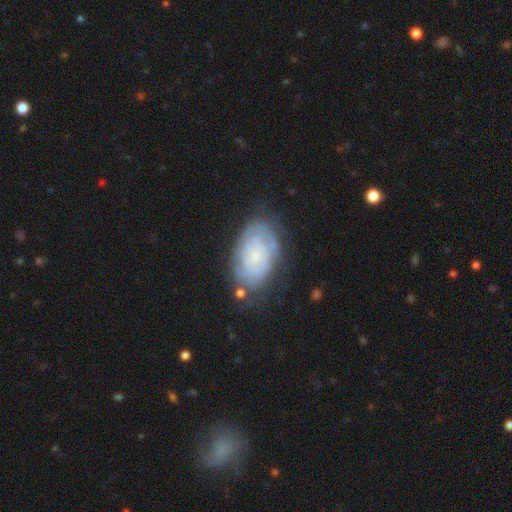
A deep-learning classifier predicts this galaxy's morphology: type=featured or disk (70%); edge-on=no (96%); bar=no (77%); spiral arms=yes (85%); winding=tight (76%); arm count=can't tell (54%); bulge=small (72%); merging=none (69%).